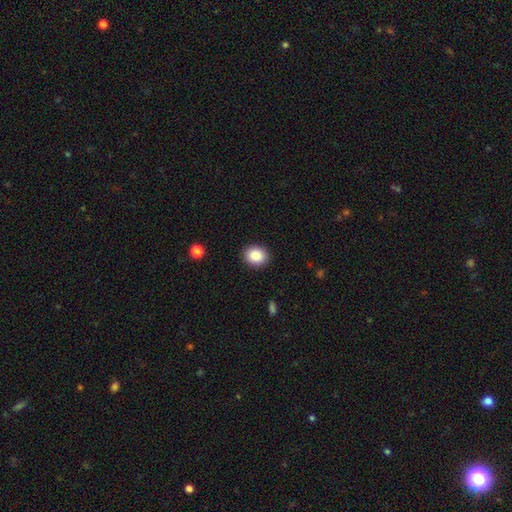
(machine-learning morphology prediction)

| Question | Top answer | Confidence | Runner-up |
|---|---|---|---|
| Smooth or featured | smooth | 88% | star or artifact (8%) |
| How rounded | round | 57% | in between (42%) |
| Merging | none | 90% | minor disturbance (7%) |